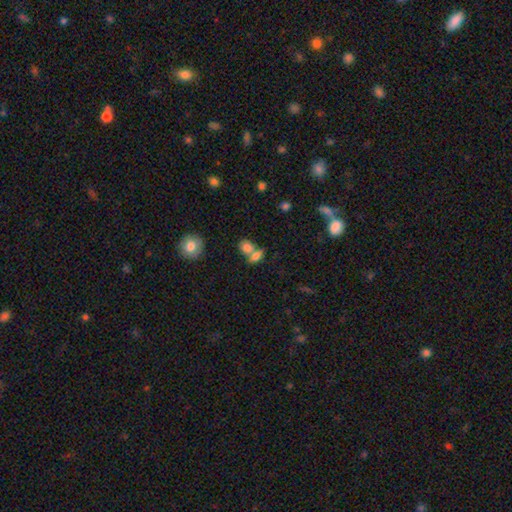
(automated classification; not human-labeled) This is likely a smooth galaxy (75%). How rounded: likely in between (73%). Merging: possibly merger (56%).